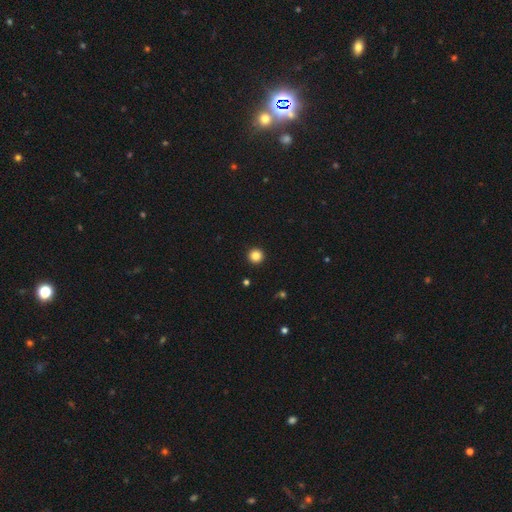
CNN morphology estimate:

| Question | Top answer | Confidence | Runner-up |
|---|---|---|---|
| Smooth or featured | smooth | 85% | star or artifact (12%) |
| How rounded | round | 97% | in between (2%) |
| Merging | none | 94% | minor disturbance (4%) |